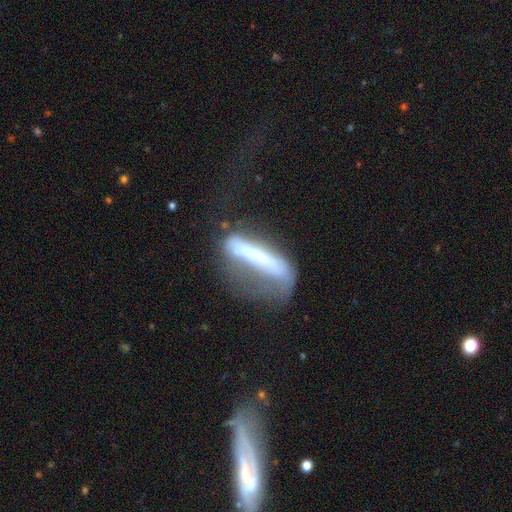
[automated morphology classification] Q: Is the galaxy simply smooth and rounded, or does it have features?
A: featured or disk — 57%.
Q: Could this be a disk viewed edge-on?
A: no — 54%.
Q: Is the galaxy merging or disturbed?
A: major disturbance — 49%.